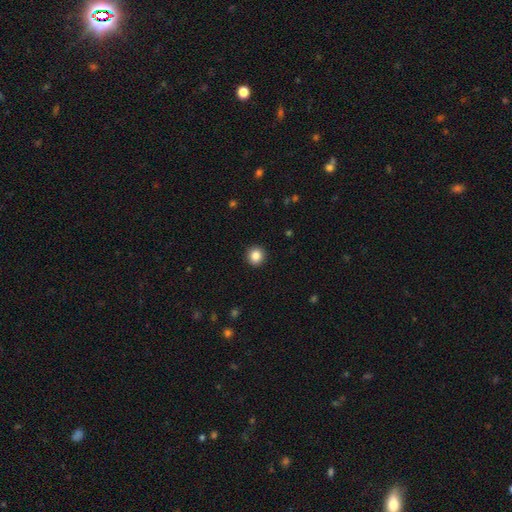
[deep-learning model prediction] Overall: smooth (86%). How rounded: round (92%). Merging: none (93%).